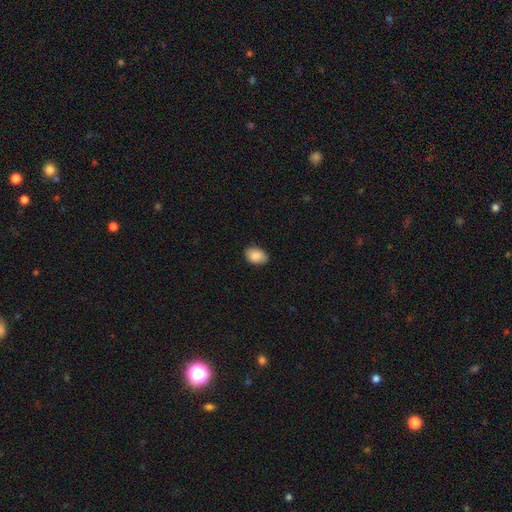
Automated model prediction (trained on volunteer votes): Smooth or featured: smooth — 89% (star or artifact — 7%)
How rounded: in between — 85% (round — 13%)
Merging: none — 86% (minor disturbance — 11%)